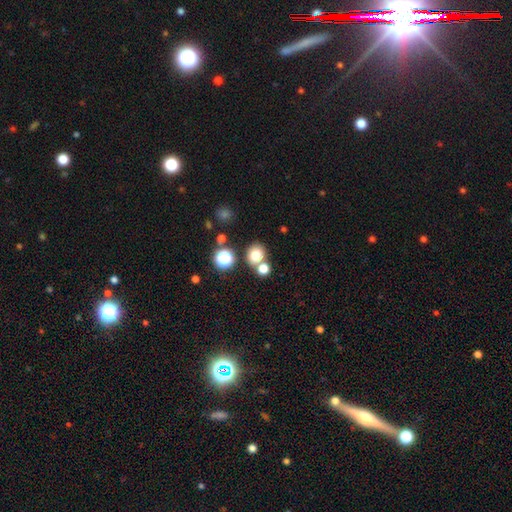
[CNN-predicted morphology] Overall: smooth (76%). How rounded: round (73%). Merging: none (63%; merger 25%).